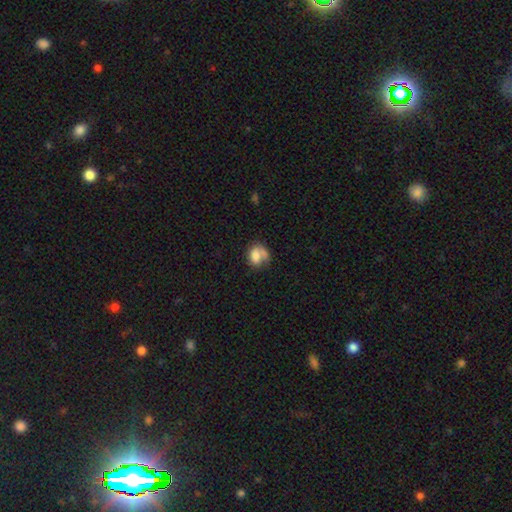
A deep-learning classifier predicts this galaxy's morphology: Smooth or featured? smooth (68%)
How rounded? in between (62%)
Merging? none (38%)